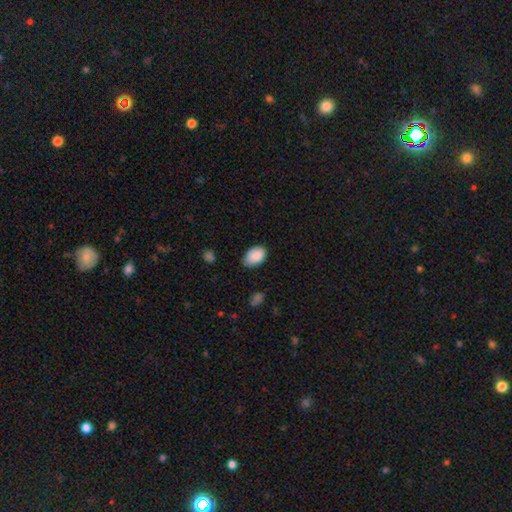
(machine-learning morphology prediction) A smooth galaxy with no disk features (89%) that is in between round and cigar-shaped (90%). Merging: none (73%).